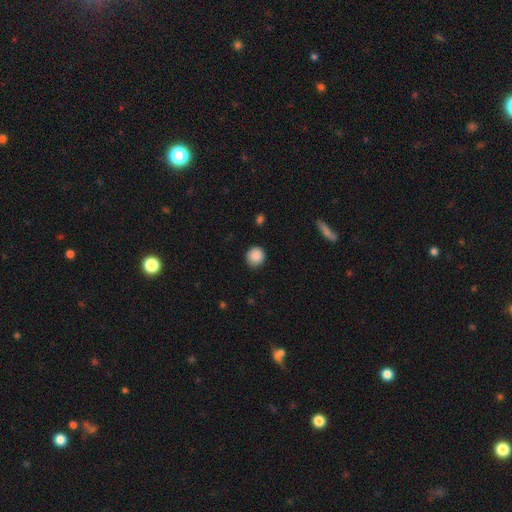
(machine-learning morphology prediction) Smooth or featured?
  - smooth: 88% *
  - star or artifact: 9%
  - featured or disk: 3%
How rounded?
  - round: 91% *
  - in between: 8%
  - cigar-shaped: 1%
Merging?
  - none: 89% *
  - minor disturbance: 8%
  - major disturbance: 2%
  - merger: 1%